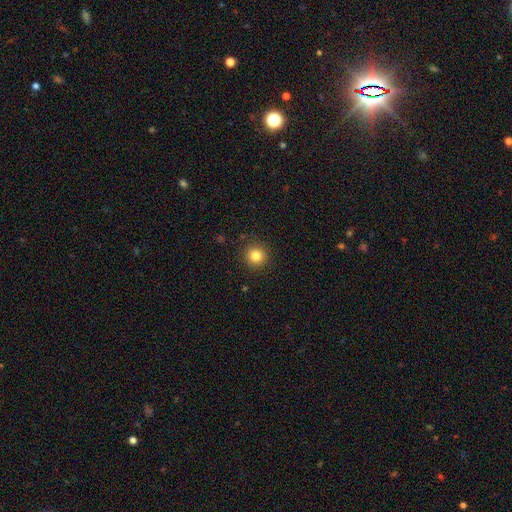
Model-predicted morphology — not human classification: Smooth or featured? Predicted: smooth (p=0.82). How rounded? Predicted: round (p=0.94). Merging? Predicted: none (p=0.90).